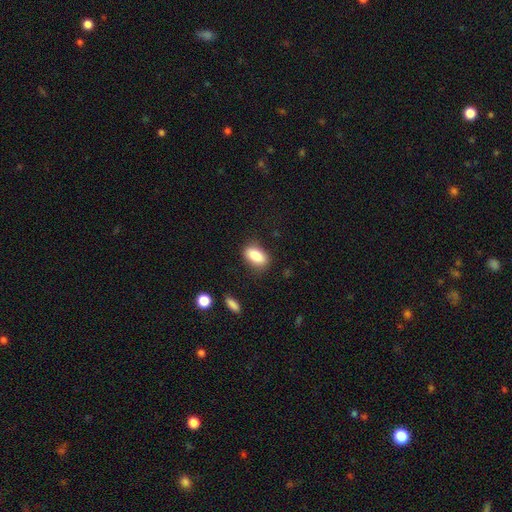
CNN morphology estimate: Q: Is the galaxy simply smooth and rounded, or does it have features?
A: smooth — 87%.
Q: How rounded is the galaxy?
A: in between — 89%.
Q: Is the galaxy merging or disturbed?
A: none — 81%.